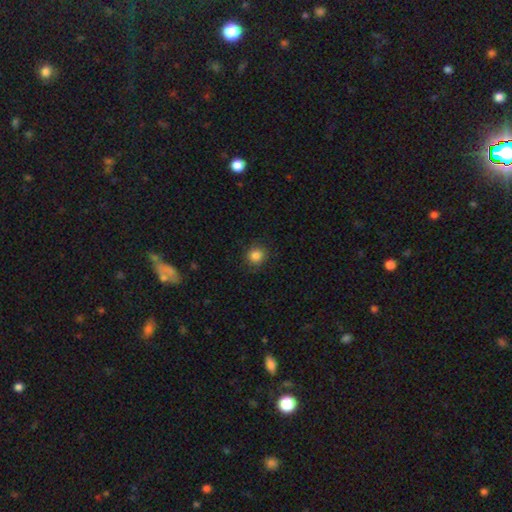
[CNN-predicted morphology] Smooth or featured?
  - smooth: 84% *
  - star or artifact: 11%
  - featured or disk: 5%
How rounded?
  - round: 87% *
  - in between: 12%
  - cigar-shaped: 1%
Merging?
  - none: 87% *
  - minor disturbance: 9%
  - major disturbance: 3%
  - merger: 1%